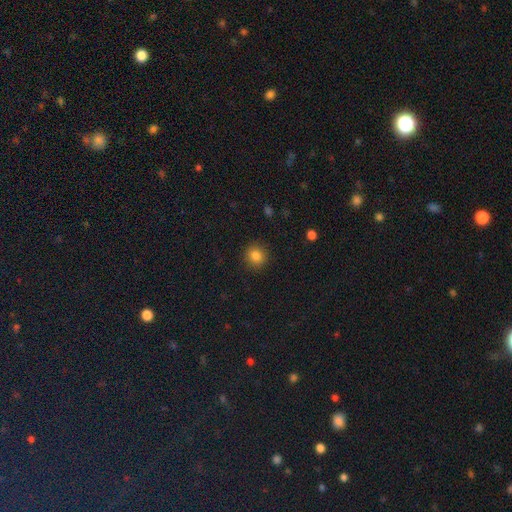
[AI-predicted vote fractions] smooth-or-featured: smooth: 83% | star or artifact: 11% | featured or disk: 5%
  how-rounded: round: 85% | in between: 14% | cigar-shaped: 1%
  merging: none: 90% | minor disturbance: 7% | major disturbance: 2% | merger: 1%